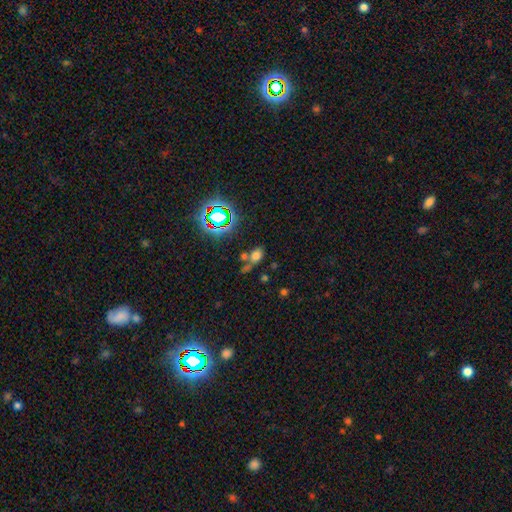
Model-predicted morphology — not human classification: The model was most divided on "merging": none: 51%, merger: 29%, minor disturbance: 13%, major disturbance: 7%. More confident: how rounded — in between (69%); smooth or featured — smooth (61%).